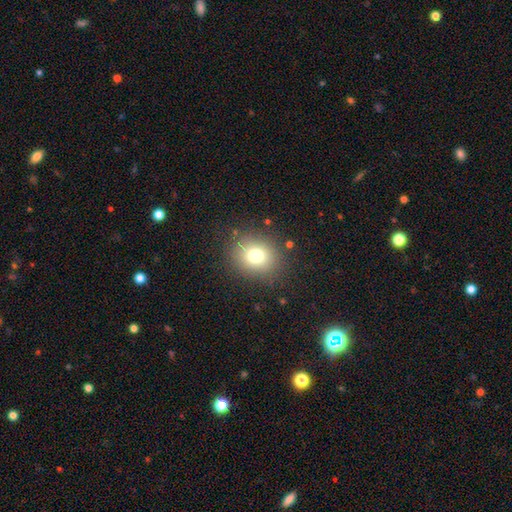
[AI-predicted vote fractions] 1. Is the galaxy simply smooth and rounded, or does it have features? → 75% smooth, 15% star or artifact, 11% featured or disk.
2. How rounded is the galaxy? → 75% round, 24% in between, 1% cigar-shaped.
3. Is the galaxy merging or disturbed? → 85% none, 9% minor disturbance, 4% major disturbance, 2% merger.